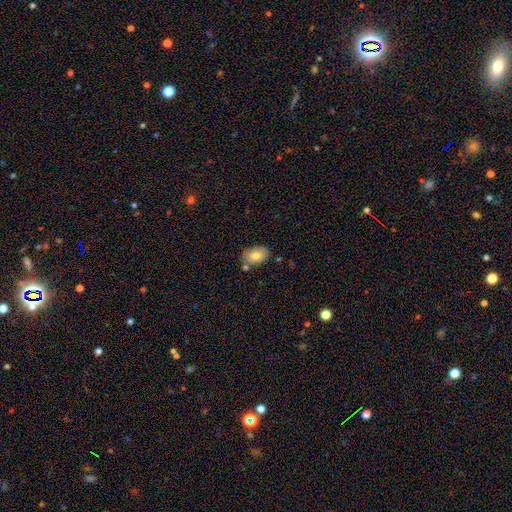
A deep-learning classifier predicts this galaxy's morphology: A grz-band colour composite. It shows a smooth galaxy with no disk features (78%) that is in between round and cigar-shaped (86%). Merging: none (73%).